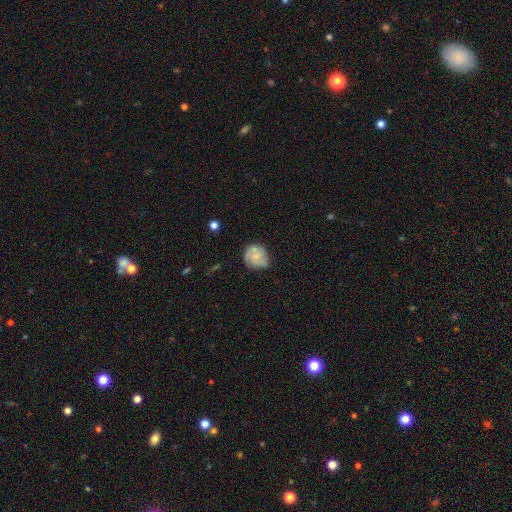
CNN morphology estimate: featured or disk 54%, smooth 38%, star or artifact 8%. Down the decision tree: edge-on disk — no (98%); bar — no (74%); spiral arms — yes (81%); bulge size — small (52%); merging — none (57%).